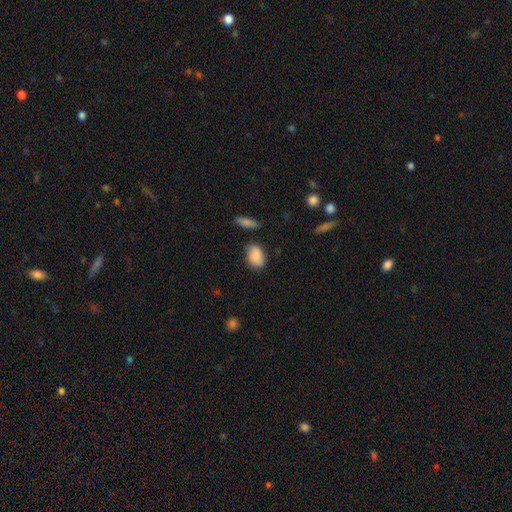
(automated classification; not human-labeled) Smooth or featured?
  - smooth: 88% *
  - star or artifact: 7%
  - featured or disk: 5%
How rounded?
  - in between: 83% *
  - round: 15%
  - cigar-shaped: 2%
Merging?
  - none: 75% *
  - minor disturbance: 18%
  - major disturbance: 4%
  - merger: 4%